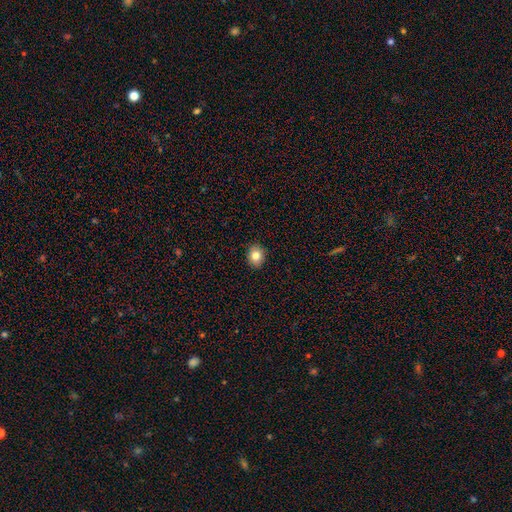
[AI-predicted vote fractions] A smooth galaxy with no disk features (82%) that is round (59%).

Vote fractions:
- Smooth or featured? smooth: 82% / star or artifact: 10% / featured or disk: 9%
- How rounded? round: 59% / in between: 40% / cigar-shaped: 1%
- Merging? none: 90% / minor disturbance: 7% / major disturbance: 2% / merger: 1%